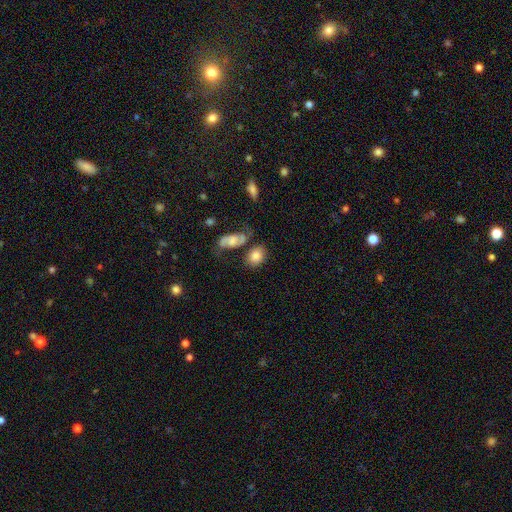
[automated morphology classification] smooth_or_featured: smooth (p=0.78) [alt: featured or disk p=0.14]
how_rounded: in between (p=0.63) [alt: round p=0.36]
merging: none (p=0.64) [alt: minor disturbance p=0.16]